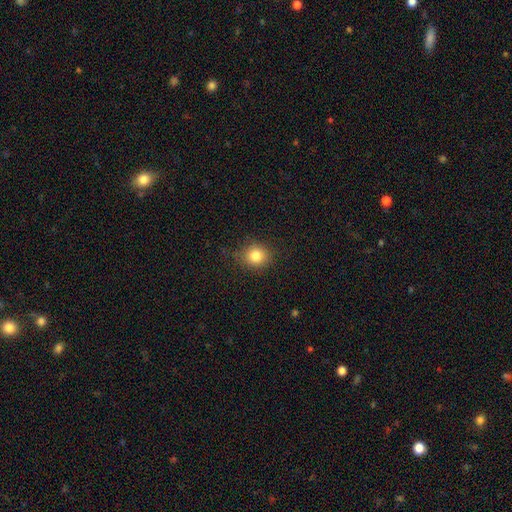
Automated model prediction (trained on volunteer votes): Smooth or featured? Predicted: smooth (p=0.82). How rounded? Predicted: round (p=0.80). Merging? Predicted: none (p=0.80).